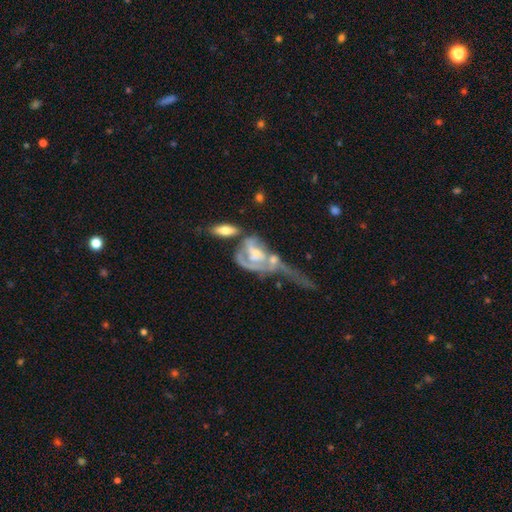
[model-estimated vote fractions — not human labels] The model was most divided on "bulge size": moderate: 42%, small: 39%, none: 11%, large: 6%, dominant: 2%. Remaining: edge-on disk — no (90%); smooth or featured — featured or disk (76%); spiral arms — yes (74%); bar — no (63%); merging — merger (44%); spiral winding — tight (42%); spiral arm count — 2 (37%).